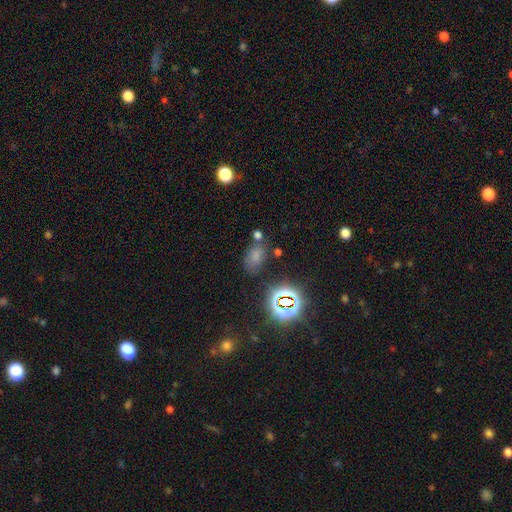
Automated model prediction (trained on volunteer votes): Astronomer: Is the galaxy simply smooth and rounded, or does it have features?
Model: smooth — 61%.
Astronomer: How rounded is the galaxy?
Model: in between — 84%.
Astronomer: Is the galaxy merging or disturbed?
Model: none — 61%.